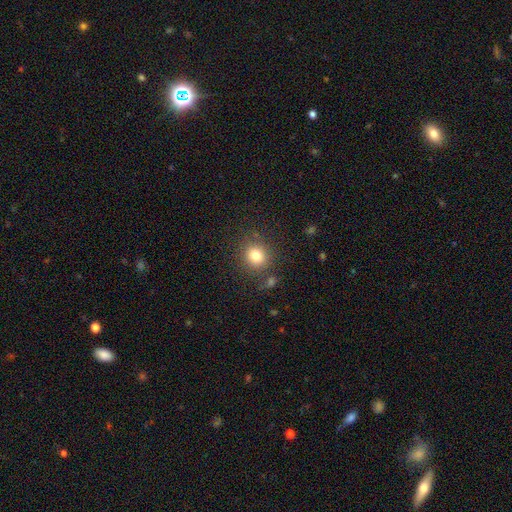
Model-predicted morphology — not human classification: A smooth galaxy with no disk features (80%) that is round (86%).

Vote fractions:
- Smooth or featured? smooth: 80% / star or artifact: 12% / featured or disk: 8%
- How rounded? round: 86% / in between: 13% / cigar-shaped: 1%
- Merging? none: 82% / minor disturbance: 10% / merger: 4% / major disturbance: 4%